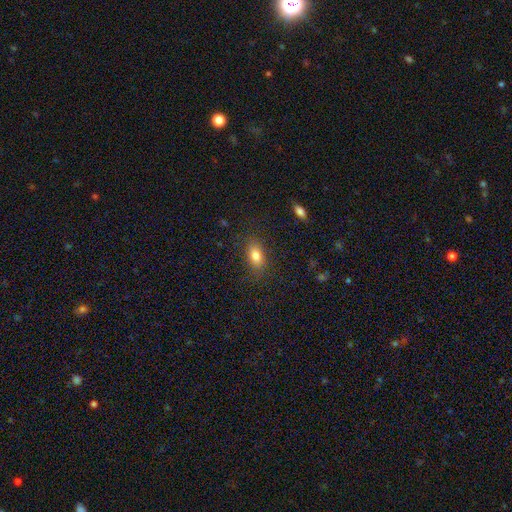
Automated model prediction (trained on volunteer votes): A smooth galaxy with no disk features (81%) that is in between round and cigar-shaped (85%).

Vote fractions:
- Smooth or featured? smooth: 81% / featured or disk: 9% / star or artifact: 9%
- How rounded? in between: 85% / round: 10% / cigar-shaped: 5%
- Merging? none: 84% / minor disturbance: 11% / major disturbance: 4% / merger: 1%